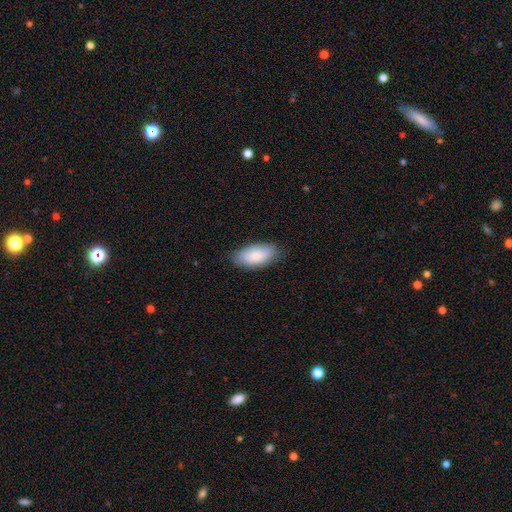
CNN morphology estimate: Overall: smooth (86%). How rounded: in between (92%). Merging: none (83%).